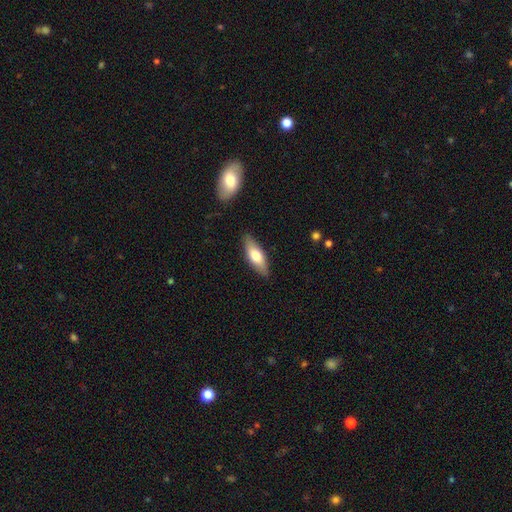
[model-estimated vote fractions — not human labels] smooth_or_featured: smooth (p=0.64) [alt: featured or disk p=0.31]
how_rounded: in between (p=0.59) [alt: cigar-shaped p=0.38]
merging: none (p=0.86) [alt: minor disturbance p=0.10]